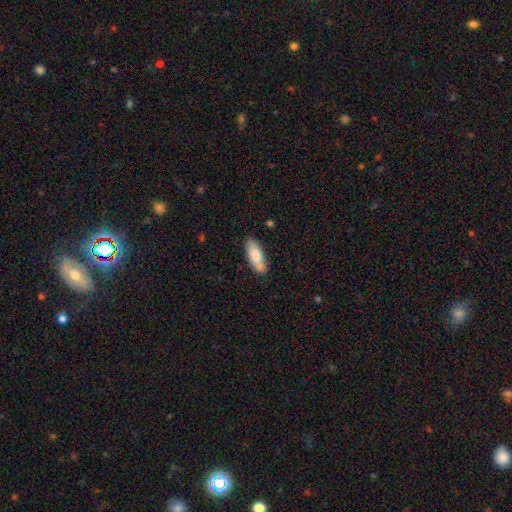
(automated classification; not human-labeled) Smooth or featured? smooth (79%)
How rounded? in between (75%)
Merging? none (72%)